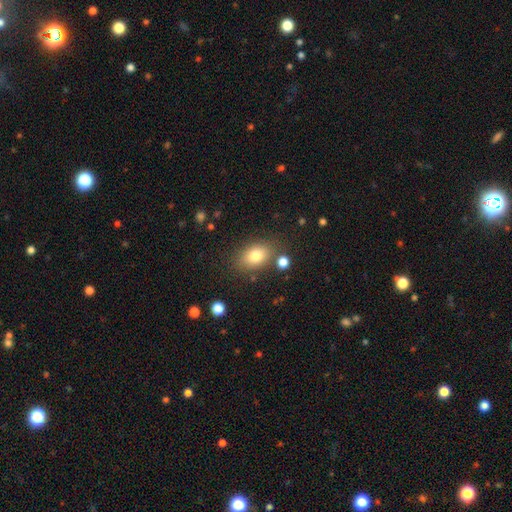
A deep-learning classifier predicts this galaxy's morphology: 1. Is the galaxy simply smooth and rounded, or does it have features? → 80% smooth, 11% featured or disk, 10% star or artifact.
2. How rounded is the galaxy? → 79% in between, 19% round, 2% cigar-shaped.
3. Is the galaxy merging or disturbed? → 78% none, 12% minor disturbance, 6% merger, 4% major disturbance.